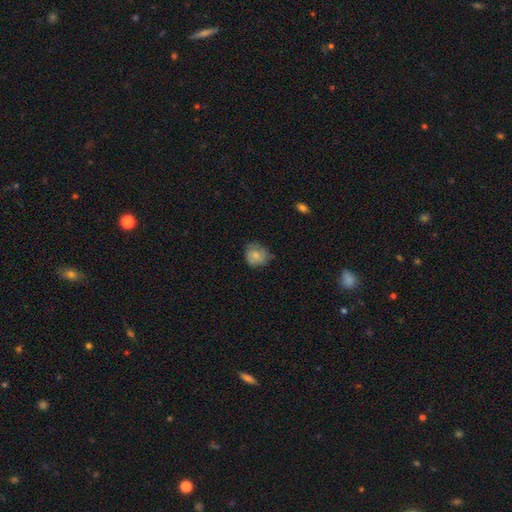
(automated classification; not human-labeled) A smooth galaxy with no disk features (73%) that is round (68%). Merging: none (59%).